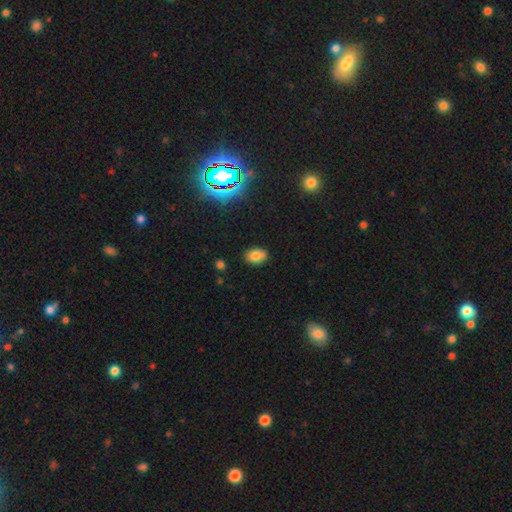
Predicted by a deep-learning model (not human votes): Overall: smooth (77%). How rounded: in between (77%). Merging: none (81%).